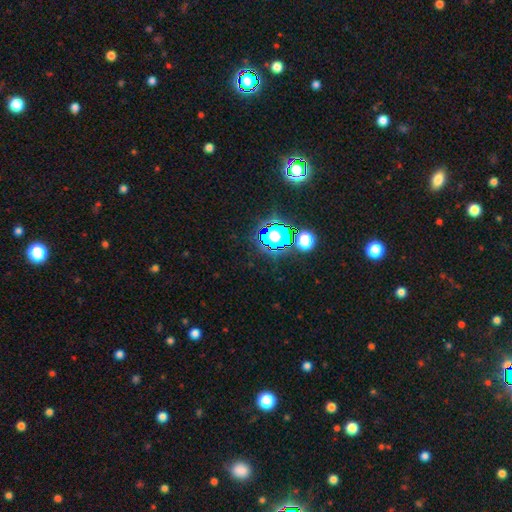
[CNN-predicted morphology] This appears to be a star or artifact, not a galaxy (81%).